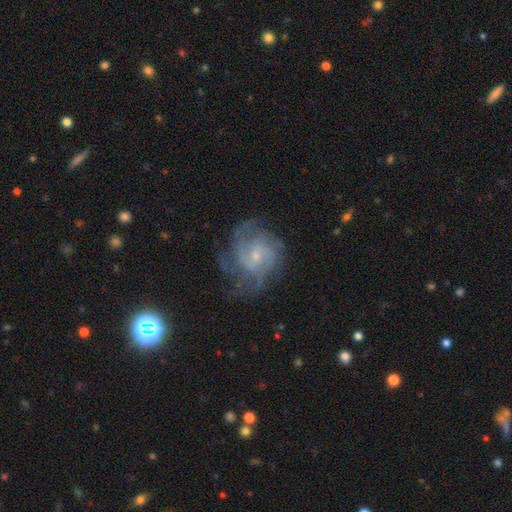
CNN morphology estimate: The model was most divided on "spiral winding": medium: 45%, tight: 40%, loose: 15%. Remaining: edge-on disk — no (98%); spiral arms — yes (91%); smooth or featured — featured or disk (80%); bulge size — small (71%); bar — no (60%); merging — none (60%); spiral arm count — can't tell (33%).